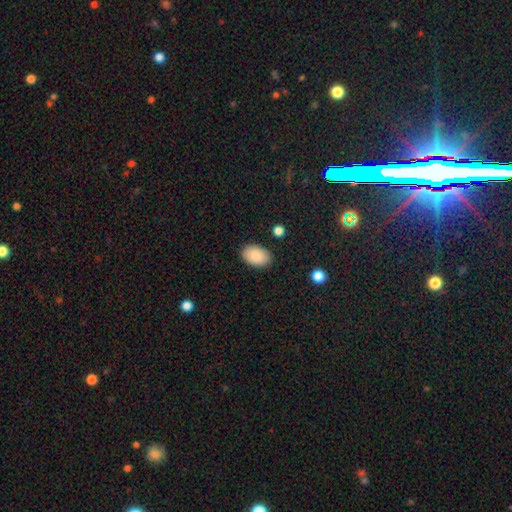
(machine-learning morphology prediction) Smooth or featured?
  - smooth: 90% *
  - star or artifact: 6%
  - featured or disk: 4%
How rounded?
  - in between: 91% *
  - round: 8%
  - cigar-shaped: 1%
Merging?
  - none: 87% *
  - minor disturbance: 9%
  - major disturbance: 2%
  - merger: 1%